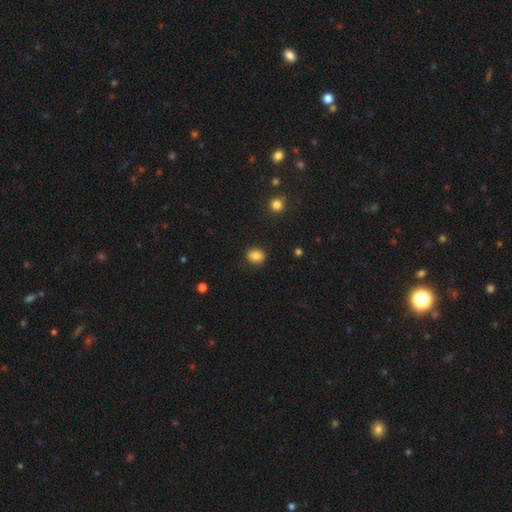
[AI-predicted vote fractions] Q: Smooth or featured?
A: smooth (84%); runner-up: star or artifact (10%)
Q: How rounded?
A: round (64%); runner-up: in between (35%)
Q: Merging?
A: none (89%); runner-up: minor disturbance (8%)